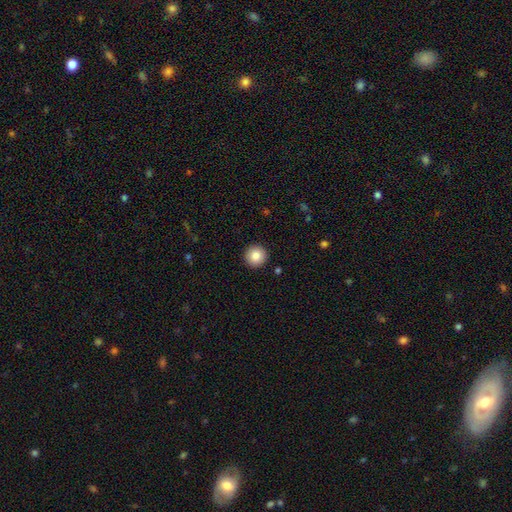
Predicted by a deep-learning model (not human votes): Q: Smooth or featured?
A: smooth (85%); runner-up: star or artifact (9%)
Q: How rounded?
A: round (96%); runner-up: in between (3%)
Q: Merging?
A: none (93%); runner-up: minor disturbance (4%)